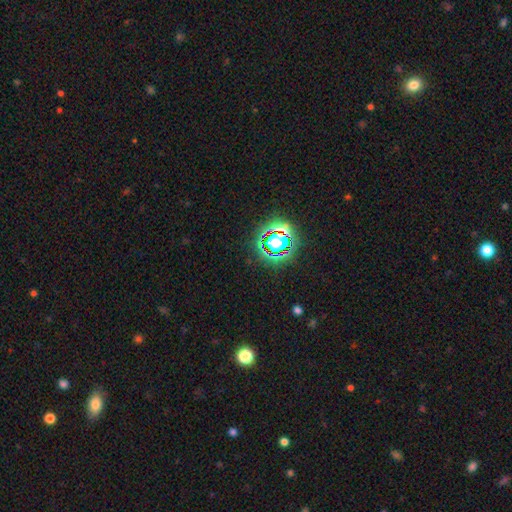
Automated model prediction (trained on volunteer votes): Smooth or featured? Predicted: star or artifact (p=0.80).